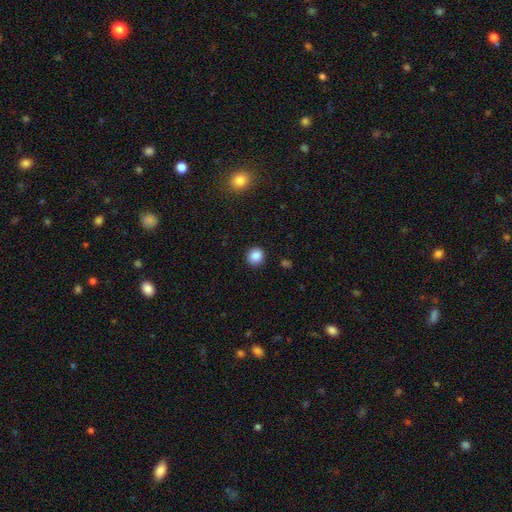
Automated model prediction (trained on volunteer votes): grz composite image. It shows a smooth galaxy with no disk features (87%) that is round (92%). Merging: none (91%).